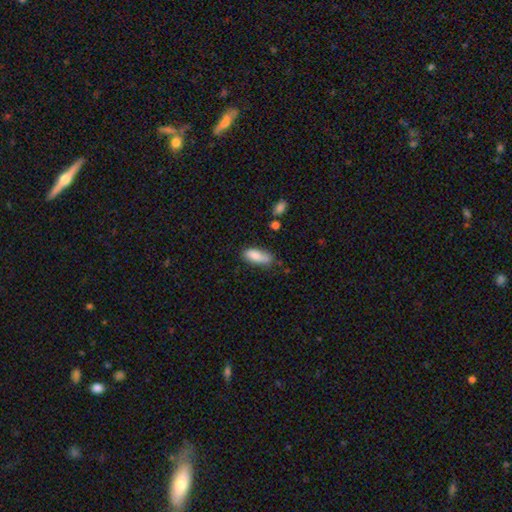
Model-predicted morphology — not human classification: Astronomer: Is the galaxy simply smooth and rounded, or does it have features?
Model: smooth — 83%.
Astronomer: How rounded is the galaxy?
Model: in between — 73%.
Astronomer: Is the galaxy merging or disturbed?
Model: none — 57%.